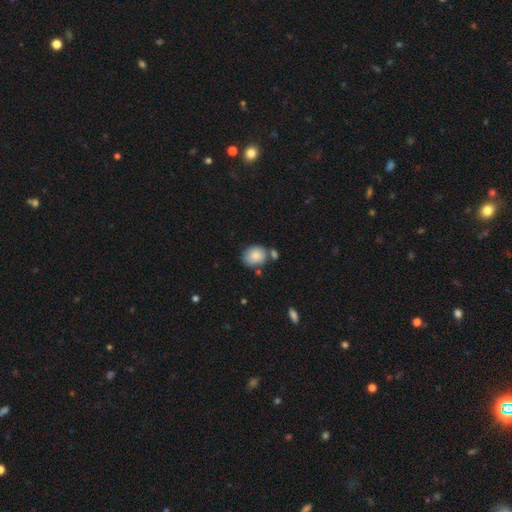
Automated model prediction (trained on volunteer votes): A smooth galaxy with no disk features (85%) that is round (52%). Merging: none (59%).